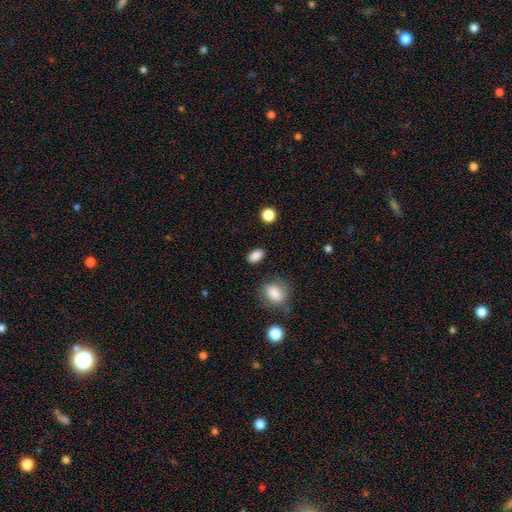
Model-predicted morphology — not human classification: Smooth or featured? Predicted: smooth (p=0.87). How rounded? Predicted: in between (p=0.88). Merging? Predicted: none (p=0.85).